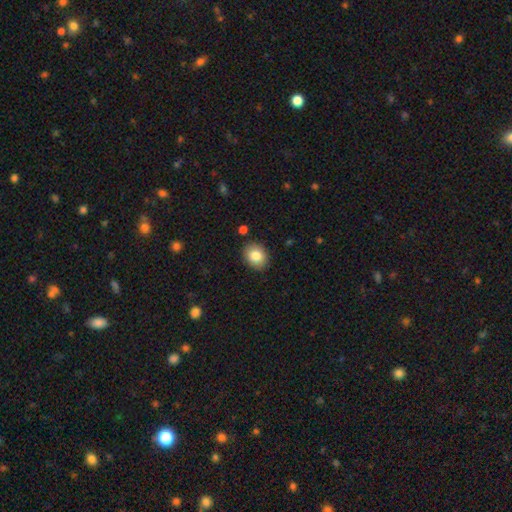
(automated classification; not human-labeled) Smooth or featured? smooth (83%)
How rounded? in between (53%)
Merging? none (88%)